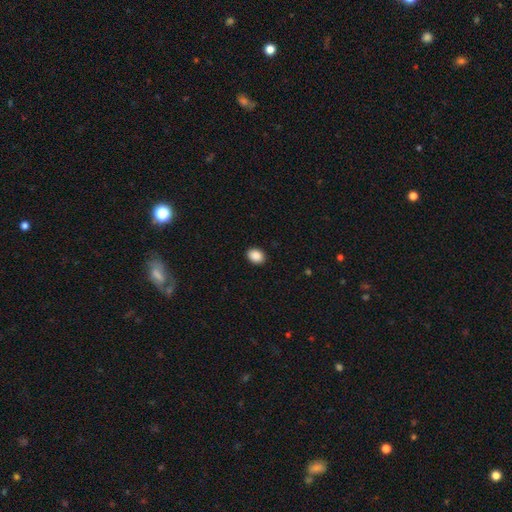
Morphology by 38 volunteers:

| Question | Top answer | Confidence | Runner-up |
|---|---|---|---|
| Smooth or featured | smooth | 95% | featured or disk (3%) |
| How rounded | in between | 81% | round (19%) |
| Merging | none | 92% | minor disturbance (5%) |